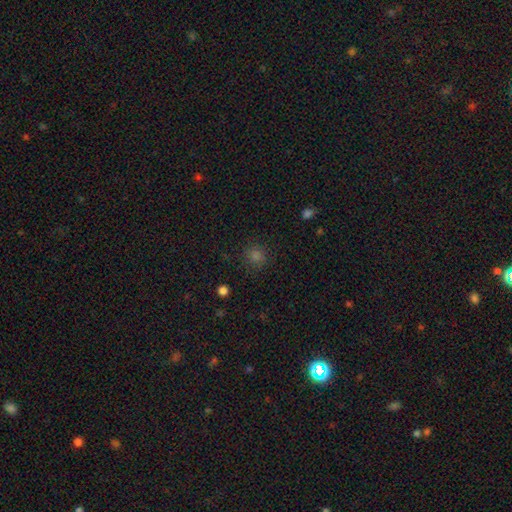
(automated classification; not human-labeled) Overall: smooth (72%). How rounded: round (90%). Merging: none (88%).